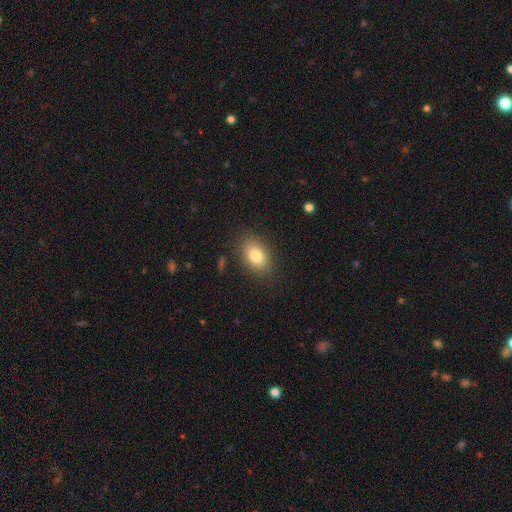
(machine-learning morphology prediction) Overall: smooth (80%). How rounded: in between (80%). Merging: none (85%).